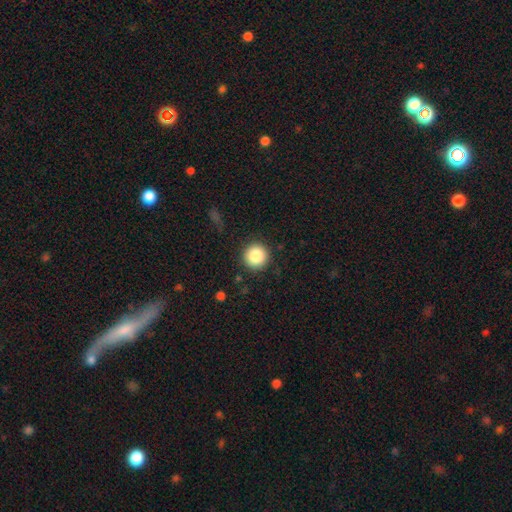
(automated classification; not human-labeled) smooth 86%, star or artifact 9%, featured or disk 5%. Down the decision tree: how rounded — round (95%); merging — none (89%).